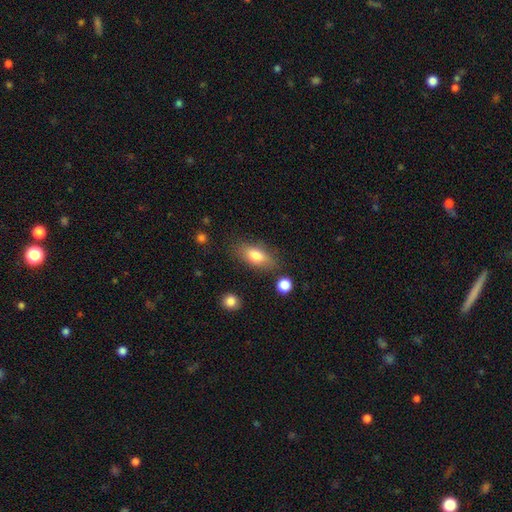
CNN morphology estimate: Smooth or featured: smooth — 77% (featured or disk — 16%)
How rounded: in between — 81% (cigar-shaped — 15%)
Merging: none — 78% (minor disturbance — 15%)